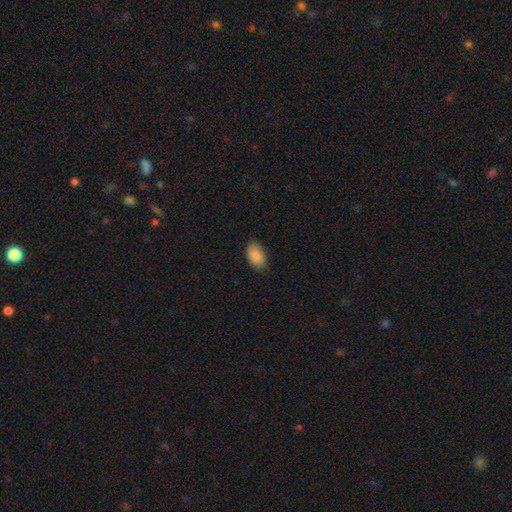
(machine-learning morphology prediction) smooth_or_featured: smooth (p=0.87) [alt: star or artifact p=0.07]
how_rounded: in between (p=0.92) [alt: round p=0.06]
merging: none (p=0.82) [alt: minor disturbance p=0.14]